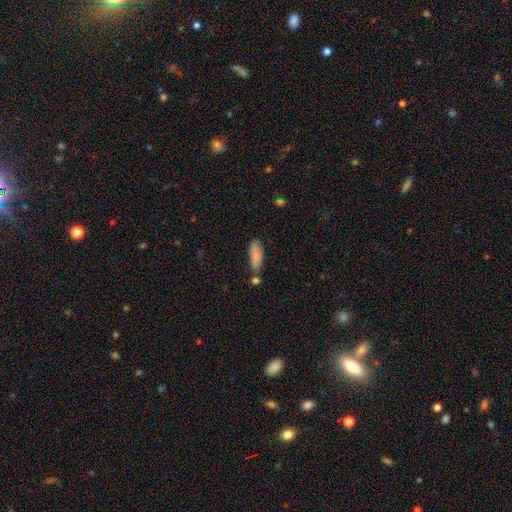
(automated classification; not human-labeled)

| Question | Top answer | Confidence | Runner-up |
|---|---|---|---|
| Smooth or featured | smooth | 83% | featured or disk (10%) |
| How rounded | in between | 61% | cigar-shaped (37%) |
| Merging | none | 57% | minor disturbance (23%) |